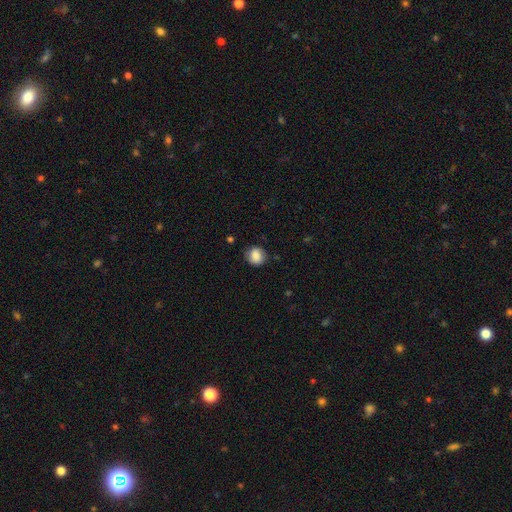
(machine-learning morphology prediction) smooth_or_featured: smooth (p=0.76) [alt: featured or disk p=0.15]
how_rounded: round (p=0.73) [alt: in between p=0.26]
merging: none (p=0.77) [alt: minor disturbance p=0.17]